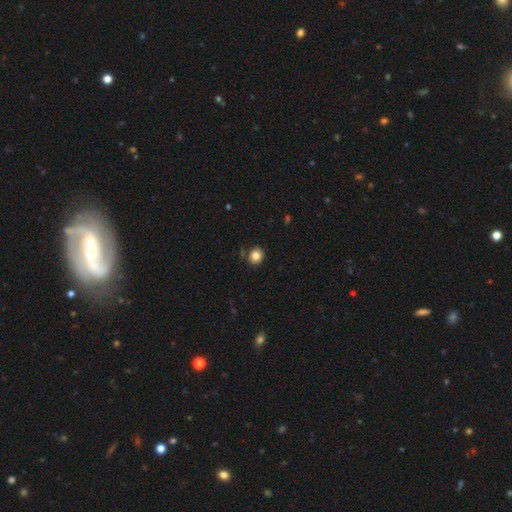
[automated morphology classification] type=smooth (82%); roundness=round (79%); merging=none (84%).